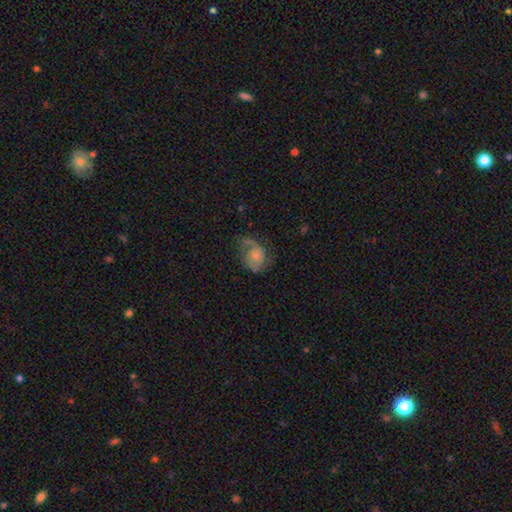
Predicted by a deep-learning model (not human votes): The model was most divided on "bulge size": small: 37%, moderate: 35%, none: 15%, large: 11%, dominant: 2%. Remaining: edge-on disk — no (97%); spiral arms — yes (79%); bar — no (74%); smooth or featured — featured or disk (53%); merging — none (39%).